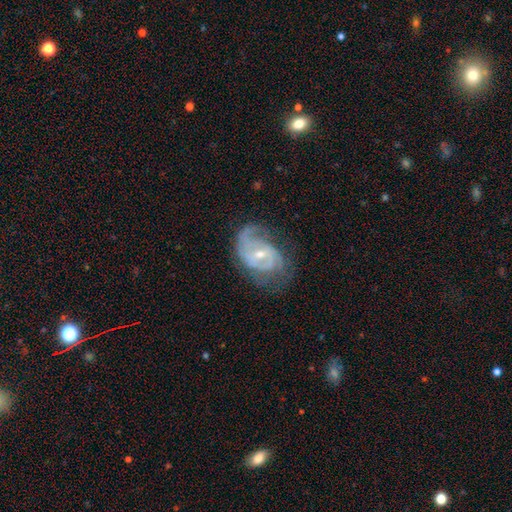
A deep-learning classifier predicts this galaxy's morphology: type=featured or disk (81%); edge-on=no (97%); bar=weak (46%); spiral arms=yes (93%); winding=medium (44%); arm count=2 (56%); bulge=small (59%); merging=none (60%).